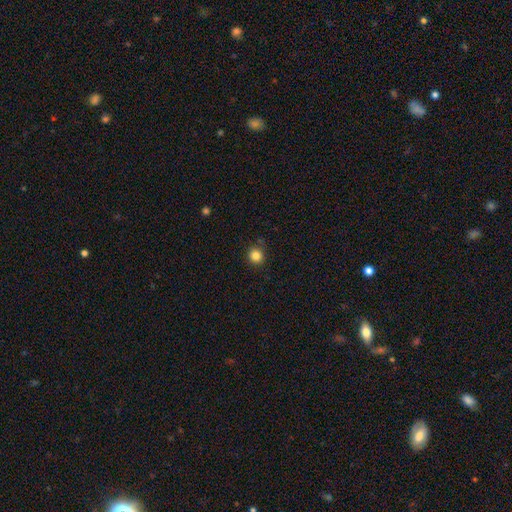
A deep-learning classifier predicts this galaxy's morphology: type=smooth (84%); roundness=round (92%); merging=none (88%).